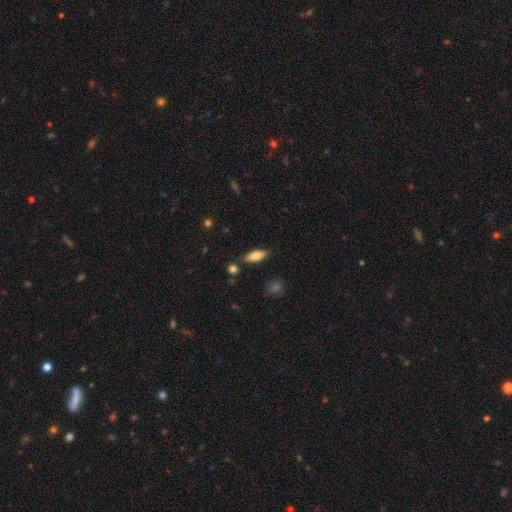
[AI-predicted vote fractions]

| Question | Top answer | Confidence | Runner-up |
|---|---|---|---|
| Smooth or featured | smooth | 73% | featured or disk (20%) |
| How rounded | in between | 71% | cigar-shaped (26%) |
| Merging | none | 83% | minor disturbance (11%) |